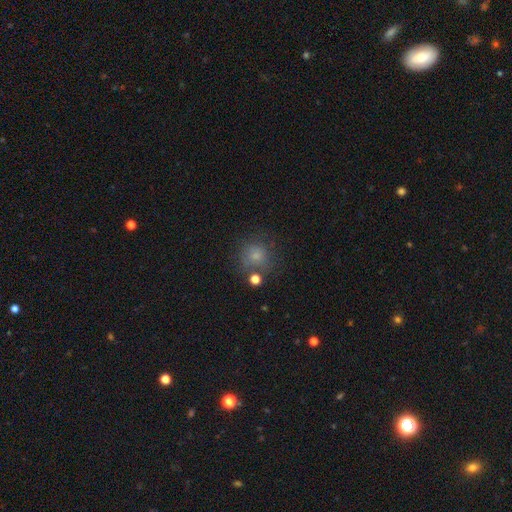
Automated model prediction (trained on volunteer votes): Overall: smooth (76%). How rounded: round (90%). Merging: none (69%).